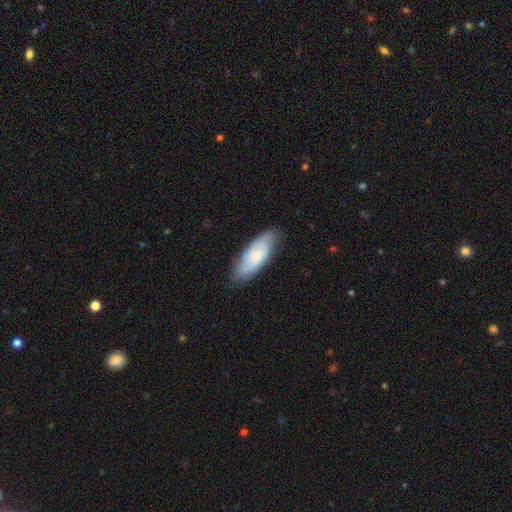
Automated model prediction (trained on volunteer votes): smooth-or-featured: smooth: 56% | featured or disk: 37% | star or artifact: 6%
  how-rounded: in between: 70% | cigar-shaped: 29% | round: 2%
  merging: none: 76% | minor disturbance: 19% | major disturbance: 4% | merger: 1%